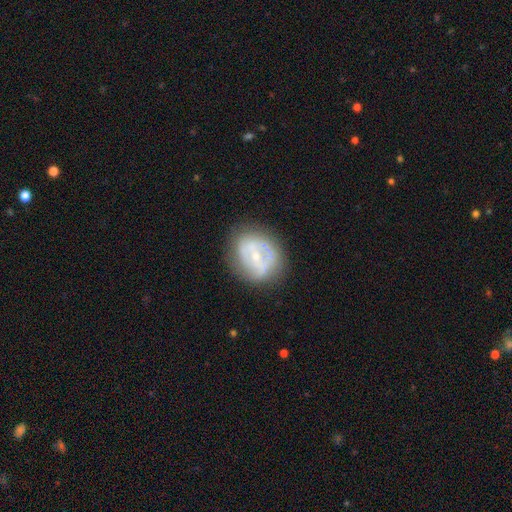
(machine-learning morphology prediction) This appears to be a featured or disk galaxy (67%) with no bar (44%), spiral arms (51%) and a small central bulge (60%). Merging: none (72%).